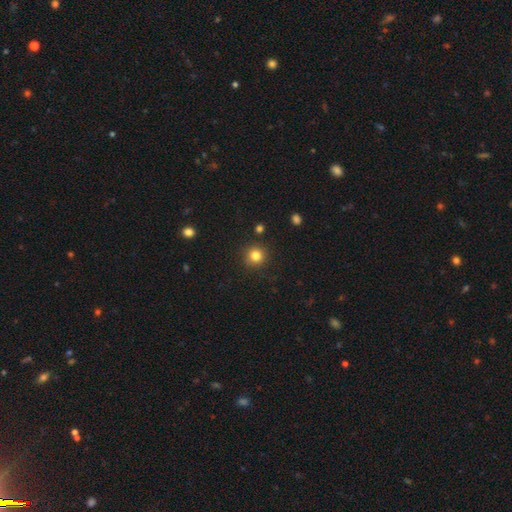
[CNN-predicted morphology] This appears to be a smooth galaxy with no disk features (82%) that is round (93%). Merging: none (90%).